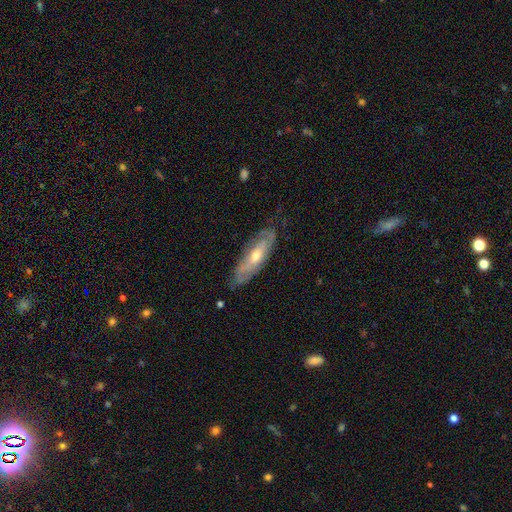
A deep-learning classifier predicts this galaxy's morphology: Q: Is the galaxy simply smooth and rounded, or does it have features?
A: featured or disk — 69%.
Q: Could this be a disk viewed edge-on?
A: no — 71%.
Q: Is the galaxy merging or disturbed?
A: none — 71%.